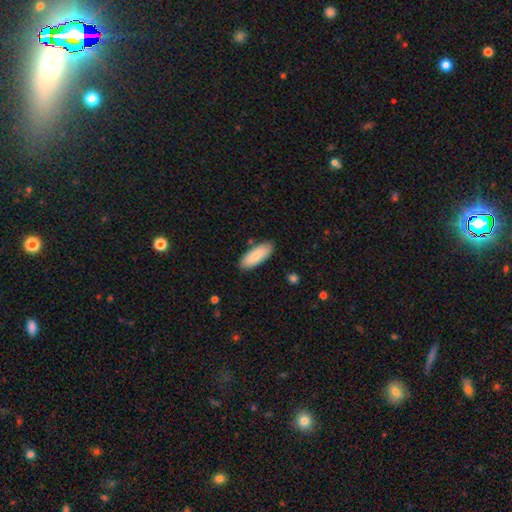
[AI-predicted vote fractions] smooth 88%, featured or disk 7%, star or artifact 5%. Down the decision tree: how rounded — in between (73%); merging — none (87%).